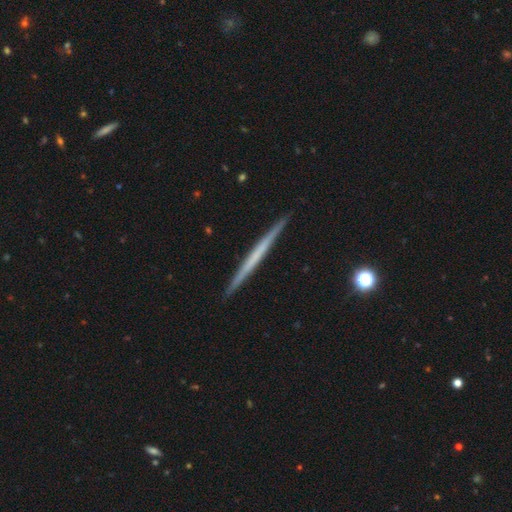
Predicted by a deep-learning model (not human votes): A featured or disk galaxy (58%) viewed edge-on (98%) with no central bulge (91%). Merging: none (92%).